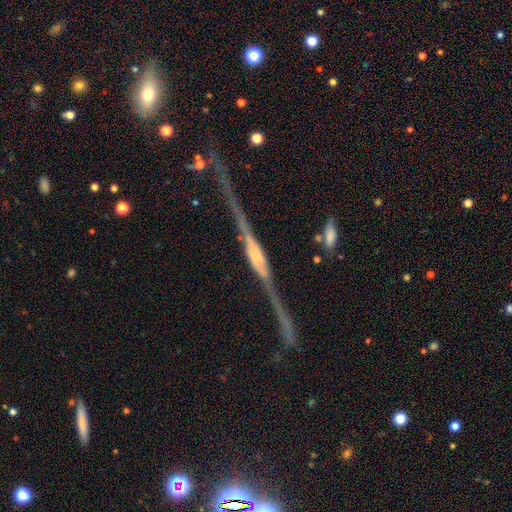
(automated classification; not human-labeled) Smooth or featured: featured or disk — 86% (smooth — 8%)
Edge-on disk: yes — 94% (no — 6%)
Edge-on bulge: rounded — 67% (boxy — 22%)
Merging: none — 62% (minor disturbance — 19%)